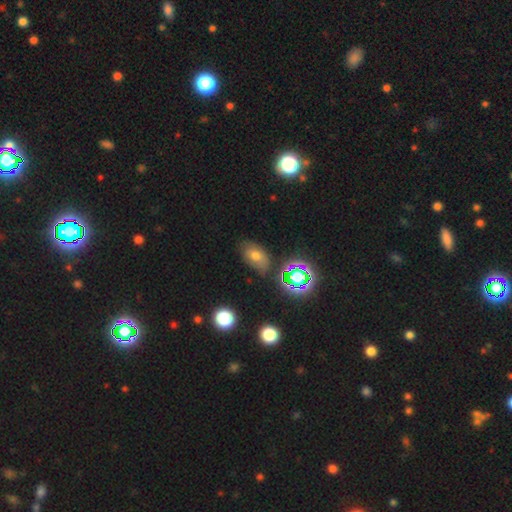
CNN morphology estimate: A smooth galaxy with no disk features (58%) that is in between round and cigar-shaped (85%).

Vote fractions:
- Smooth or featured? smooth: 58% / star or artifact: 24% / featured or disk: 18%
- How rounded? in between: 85% / round: 13% / cigar-shaped: 2%
- Merging? none: 71% / minor disturbance: 19% / major disturbance: 6% / merger: 4%